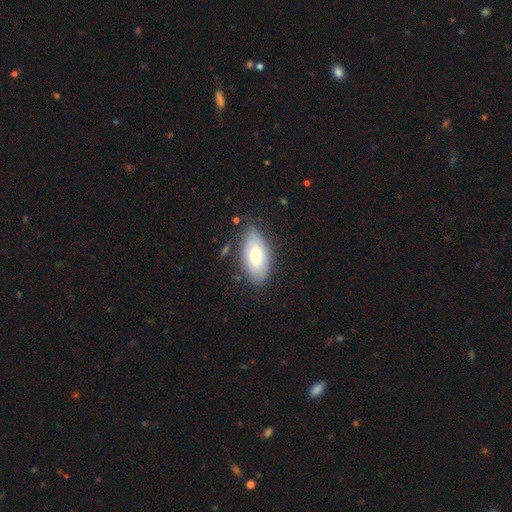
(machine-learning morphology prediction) The model was most divided on "smooth or featured": smooth: 74%, featured or disk: 19%, star or artifact: 6%. More confident: how rounded — in between (90%); merging — none (77%).